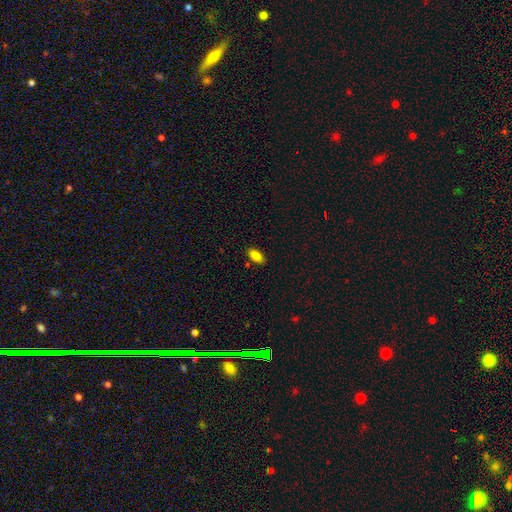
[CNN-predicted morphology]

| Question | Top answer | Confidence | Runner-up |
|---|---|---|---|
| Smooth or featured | smooth | 85% | star or artifact (8%) |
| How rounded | in between | 91% | cigar-shaped (6%) |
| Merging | none | 85% | minor disturbance (10%) |